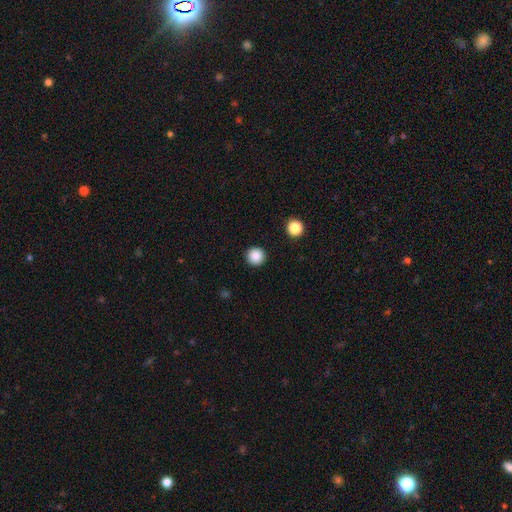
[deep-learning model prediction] Overall: smooth (87%). How rounded: round (96%). Merging: none (93%).